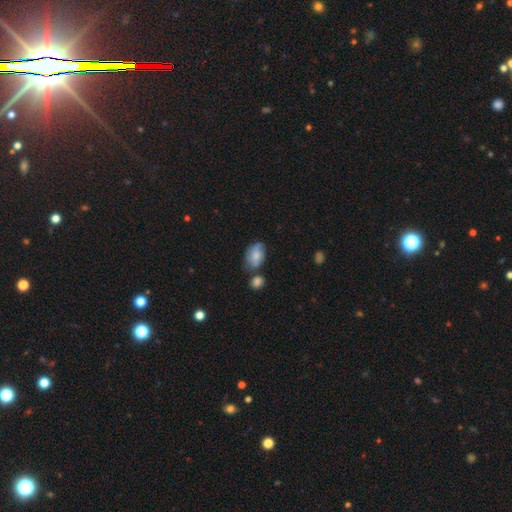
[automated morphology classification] Smooth or featured? Predicted: smooth (p=0.56). How rounded? Predicted: in between (p=0.83). Merging? Predicted: none (p=0.50).